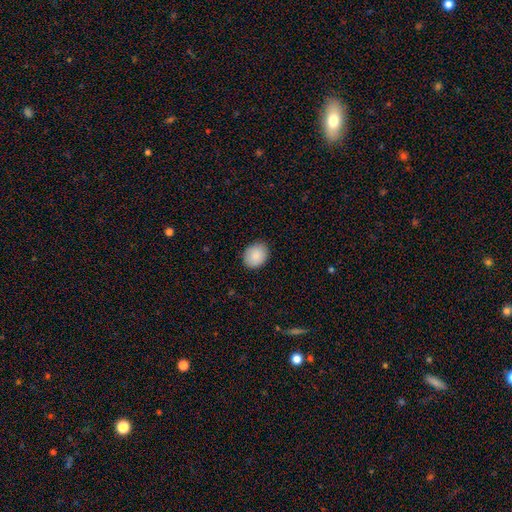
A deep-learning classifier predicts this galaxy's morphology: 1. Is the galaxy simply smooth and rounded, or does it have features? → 88% smooth, 7% star or artifact, 5% featured or disk.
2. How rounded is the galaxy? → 51% round, 48% in between, 1% cigar-shaped.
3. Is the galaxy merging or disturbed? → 87% none, 10% minor disturbance, 2% major disturbance, 1% merger.